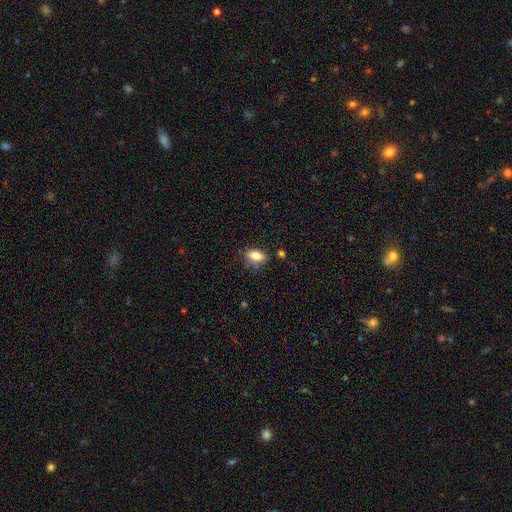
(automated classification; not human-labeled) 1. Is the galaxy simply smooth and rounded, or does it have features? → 78% smooth, 13% featured or disk, 9% star or artifact.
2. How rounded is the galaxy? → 85% in between, 9% round, 6% cigar-shaped.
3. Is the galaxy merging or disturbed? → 73% none, 19% minor disturbance, 5% major disturbance, 3% merger.